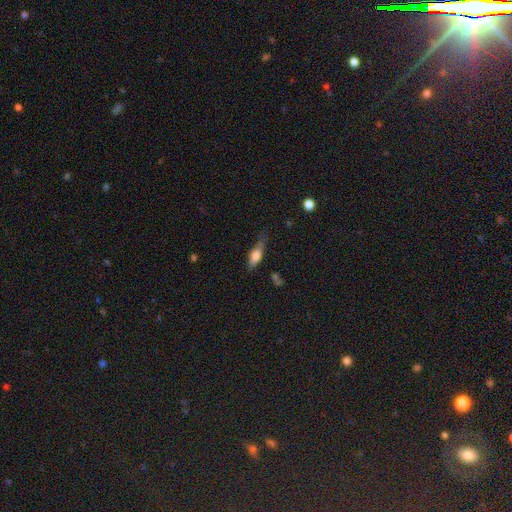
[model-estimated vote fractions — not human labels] Overall: smooth (66%). How rounded: in between (56%; cigar-shaped 40%). Merging: none (50%; minor disturbance 34%).